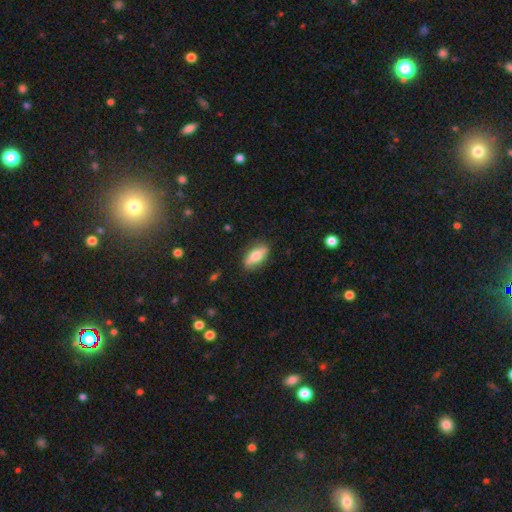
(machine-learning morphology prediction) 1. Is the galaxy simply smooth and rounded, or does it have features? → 66% smooth, 27% featured or disk, 6% star or artifact.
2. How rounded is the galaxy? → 74% in between, 23% cigar-shaped, 4% round.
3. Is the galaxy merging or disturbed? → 84% none, 12% minor disturbance, 3% major disturbance, 1% merger.